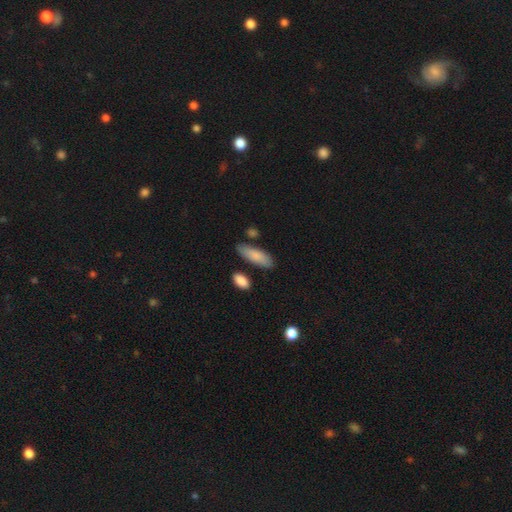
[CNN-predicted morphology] smooth-or-featured: smooth: 85% | featured or disk: 9% | star or artifact: 6%
  how-rounded: in between: 64% | cigar-shaped: 33% | round: 2%
  merging: none: 76% | minor disturbance: 15% | merger: 5% | major disturbance: 3%